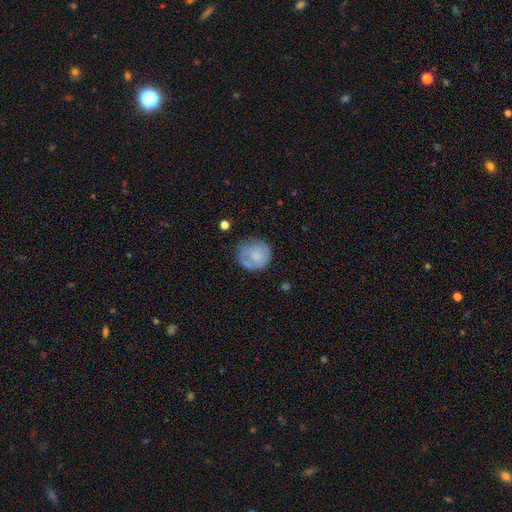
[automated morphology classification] Smooth or featured: smooth — 64% (featured or disk — 28%)
How rounded: round — 85% (in between — 15%)
Merging: none — 61% (minor disturbance — 24%)